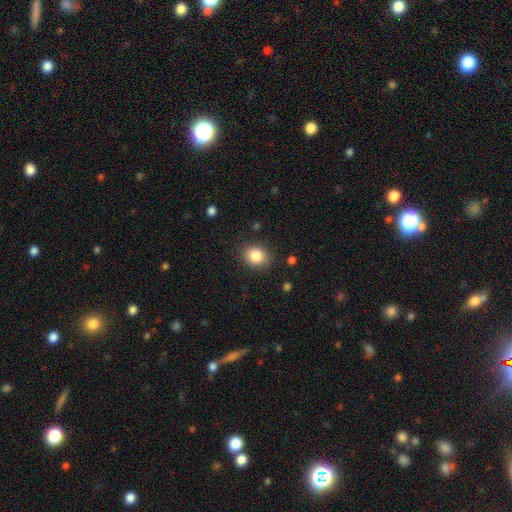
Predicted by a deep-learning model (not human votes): Smooth or featured? Predicted: smooth (p=0.86). How rounded? Predicted: round (p=0.61). Merging? Predicted: none (p=0.87).